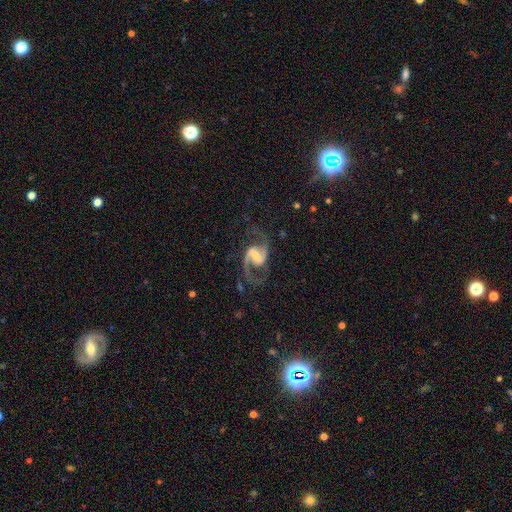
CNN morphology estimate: smooth-or-featured: featured or disk: 92% | star or artifact: 5% | smooth: 3%
  disk-edge-on: no: 98% | yes: 2%
    bar: weak: 50% | strong: 27% | no: 23%
    has-spiral-arms: yes: 98% | no: 2%
      spiral-winding: medium: 52% | loose: 40% | tight: 8%
      spiral-arm-count: 2: 94% | 1: 1% | can't tell: 1% | 3: 1% | 4: 1% | more than 4: 1%
    bulge-size: small: 46% | moderate: 42% | large: 6% | none: 6% | dominant: 1%
  merging: none: 74% | minor disturbance: 13% | major disturbance: 11% | merger: 2%